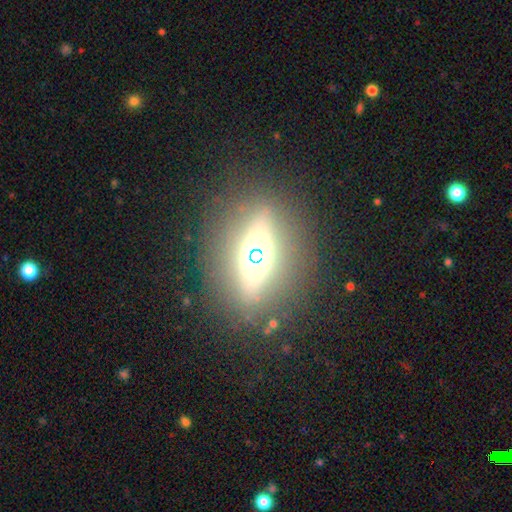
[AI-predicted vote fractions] A featured or disk galaxy (37%). Merging: none (83%).